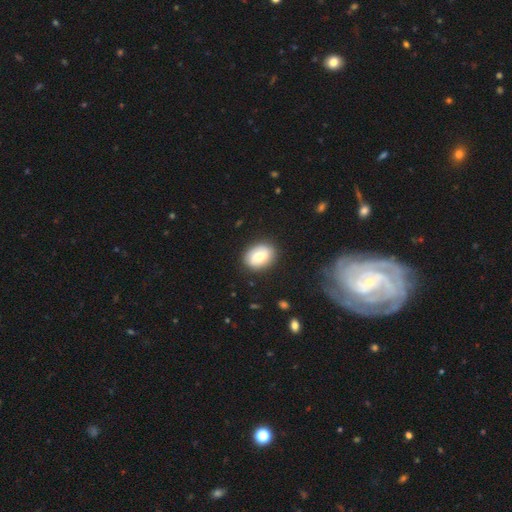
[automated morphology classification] The model was most divided on "how rounded": in between: 64%, round: 35%, cigar-shaped: 1%. More confident: merging — none (86%); smooth or featured — smooth (70%).